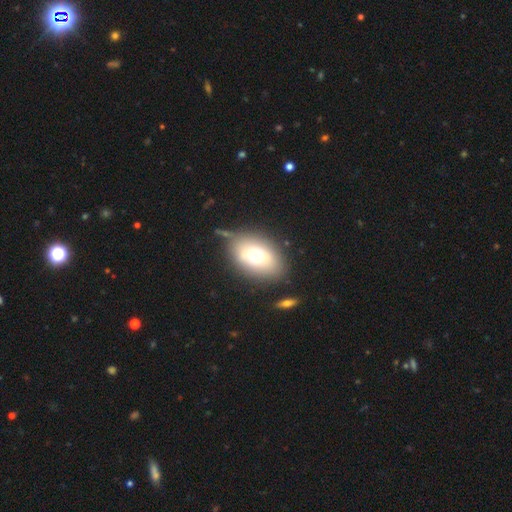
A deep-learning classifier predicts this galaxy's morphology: This is likely a smooth galaxy (67%). How rounded: likely in between (79%). Merging: likely none (76%).